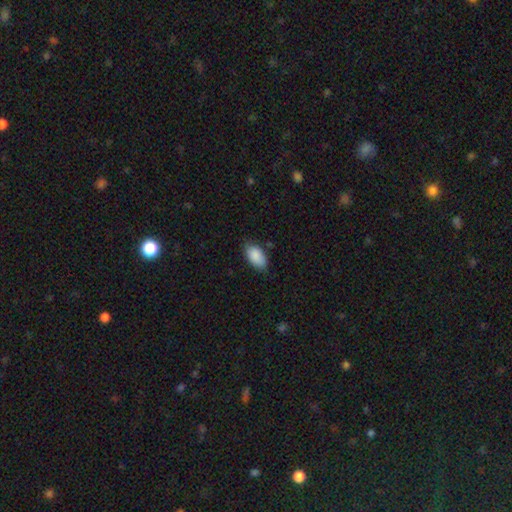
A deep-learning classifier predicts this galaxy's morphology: Q: Smooth or featured?
A: smooth (89%); runner-up: star or artifact (6%)
Q: How rounded?
A: in between (94%); runner-up: round (4%)
Q: Merging?
A: none (77%); runner-up: minor disturbance (19%)